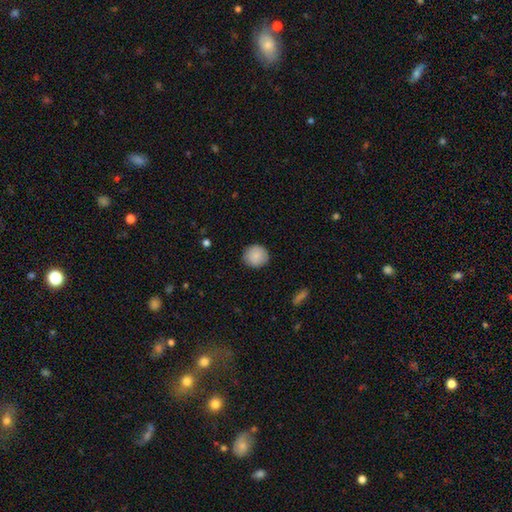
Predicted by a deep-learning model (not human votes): smooth 89%, star or artifact 7%, featured or disk 4%. Down the decision tree: how rounded — round (92%); merging — none (90%).